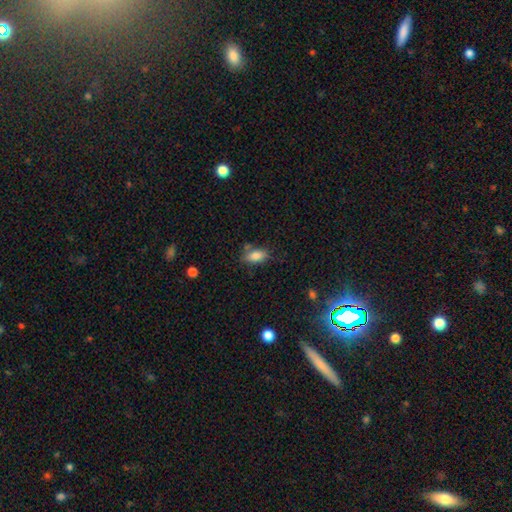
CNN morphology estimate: Smooth or featured: smooth — 83% (star or artifact — 9%)
How rounded: in between — 88% (round — 6%)
Merging: none — 62% (minor disturbance — 21%)